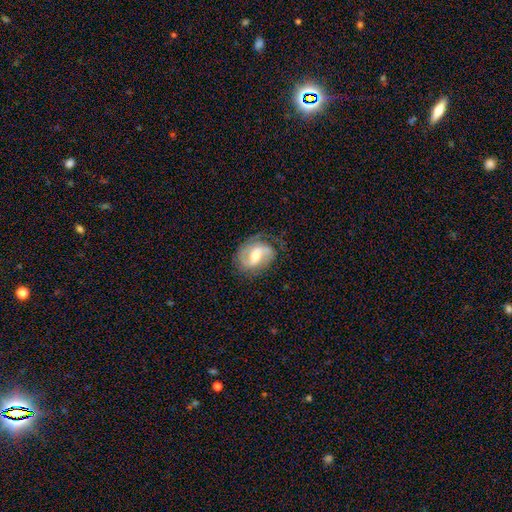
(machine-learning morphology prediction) The model was most divided on "bar": weak: 48%, strong: 30%, no: 22%. Remaining: edge-on disk — no (97%); spiral arms — yes (93%); smooth or featured — featured or disk (80%); spiral arm count — 2 (80%); merging — none (67%); bulge size — moderate (63%); spiral winding — medium (47%).